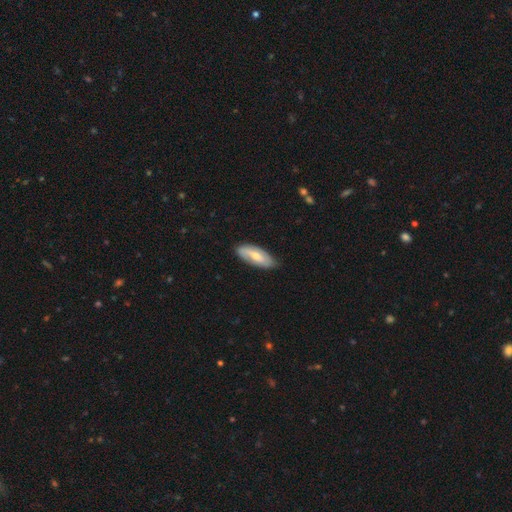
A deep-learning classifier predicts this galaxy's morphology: This is possibly a smooth galaxy (52%). How rounded: clearly in between (81%). Merging: likely none (77%).